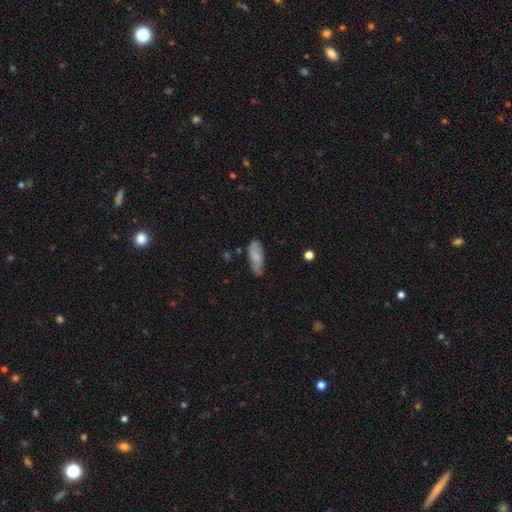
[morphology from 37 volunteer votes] type=featured or disk (54%); edge-on=no (80%); bar=no (69%); spiral arms=yes (94%); winding=medium (47%); arm count=2 (93%); bulge=moderate (38%, tied with small); merging=none (80%).